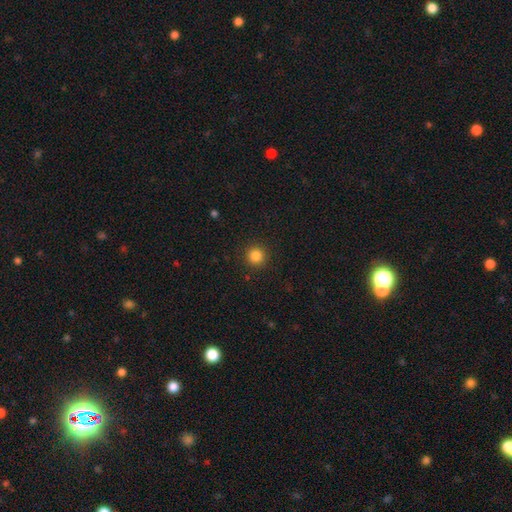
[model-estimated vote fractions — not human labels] This is clearly a smooth galaxy (85%). How rounded: clearly round (95%). Merging: clearly none (92%).